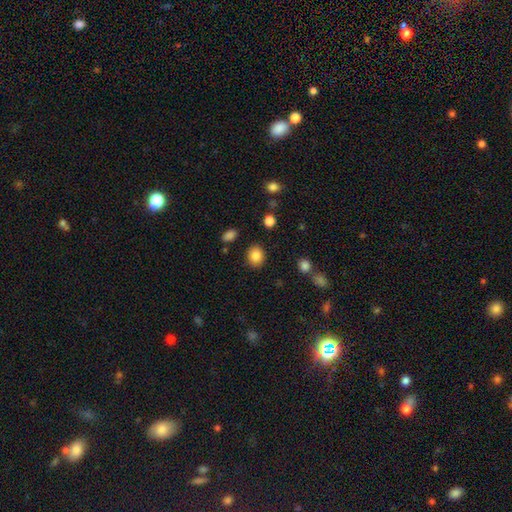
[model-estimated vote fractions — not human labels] This is clearly a smooth galaxy (84%). How rounded: possibly round (58%). Merging: clearly none (87%).